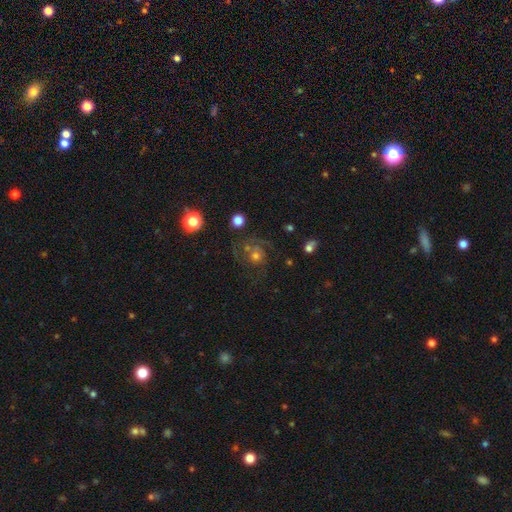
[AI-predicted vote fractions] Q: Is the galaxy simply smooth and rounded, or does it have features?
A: featured or disk — 53%.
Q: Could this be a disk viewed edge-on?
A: no — 97%.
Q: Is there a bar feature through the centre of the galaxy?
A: no — 84%.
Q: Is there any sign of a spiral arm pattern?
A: yes — 79%.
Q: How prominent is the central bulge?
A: moderate — 53%.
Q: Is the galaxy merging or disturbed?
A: none — 52%.